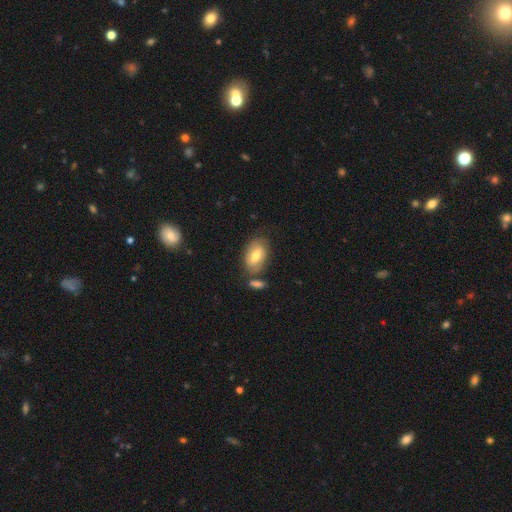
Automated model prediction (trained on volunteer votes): Smooth or featured?
  - smooth: 68% *
  - featured or disk: 25%
  - star or artifact: 7%
How rounded?
  - in between: 90% *
  - round: 8%
  - cigar-shaped: 2%
Merging?
  - none: 64% *
  - minor disturbance: 17%
  - merger: 14%
  - major disturbance: 5%